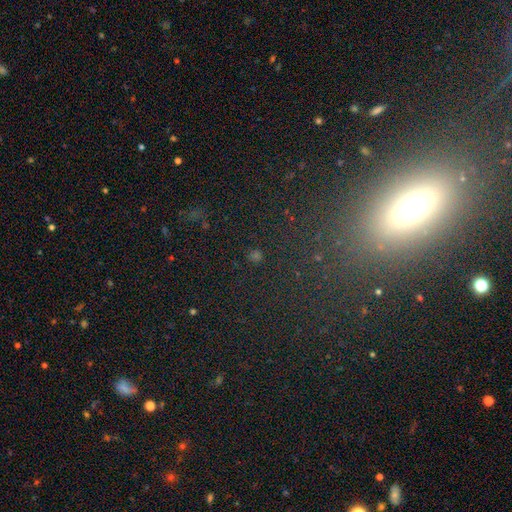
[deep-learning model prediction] Smooth or featured?
  - star or artifact: 49% *
  - smooth: 43%
  - featured or disk: 9%